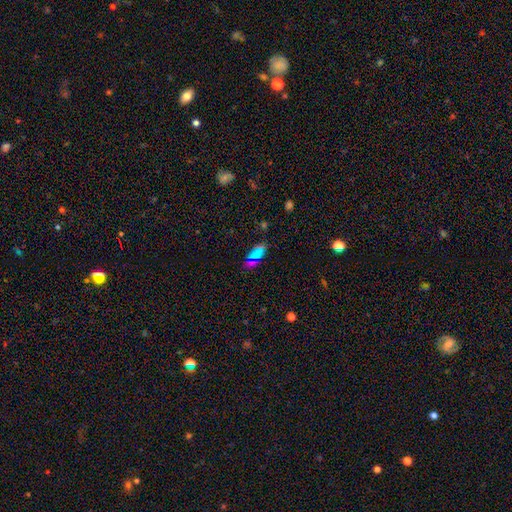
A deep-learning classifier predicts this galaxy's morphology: A smooth galaxy with no disk features (65%) that is in between round and cigar-shaped (78%).

Vote fractions:
- Smooth or featured? smooth: 65% / star or artifact: 25% / featured or disk: 10%
- How rounded? in between: 78% / cigar-shaped: 17% / round: 5%
- Merging? none: 79% / minor disturbance: 13% / major disturbance: 4% / merger: 3%